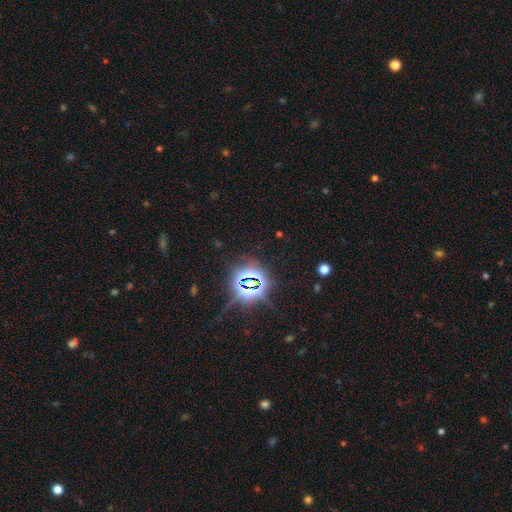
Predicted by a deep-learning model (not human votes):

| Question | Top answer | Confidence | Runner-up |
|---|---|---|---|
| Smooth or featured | star or artifact | 83% | smooth (10%) |